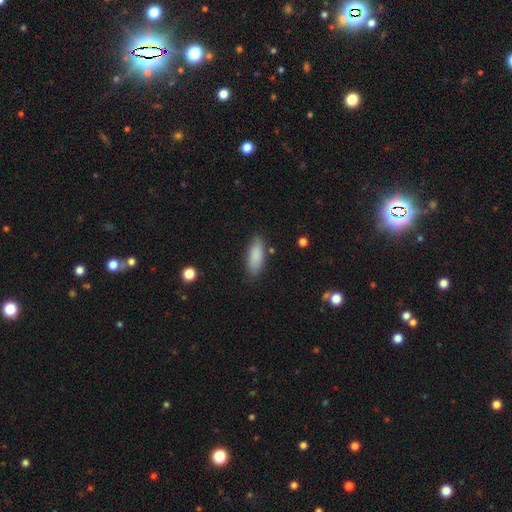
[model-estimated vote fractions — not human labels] Smooth or featured: smooth — 87% (featured or disk — 7%)
How rounded: in between — 76% (cigar-shaped — 22%)
Merging: none — 82% (minor disturbance — 13%)